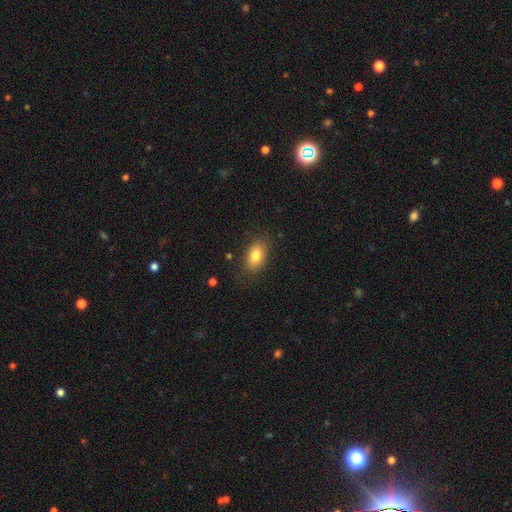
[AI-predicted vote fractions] A smooth galaxy with no disk features (82%) that is in between round and cigar-shaped (88%).

Vote fractions:
- Smooth or featured? smooth: 82% / featured or disk: 10% / star or artifact: 8%
- How rounded? in between: 88% / round: 9% / cigar-shaped: 3%
- Merging? none: 83% / minor disturbance: 13% / major disturbance: 3% / merger: 1%